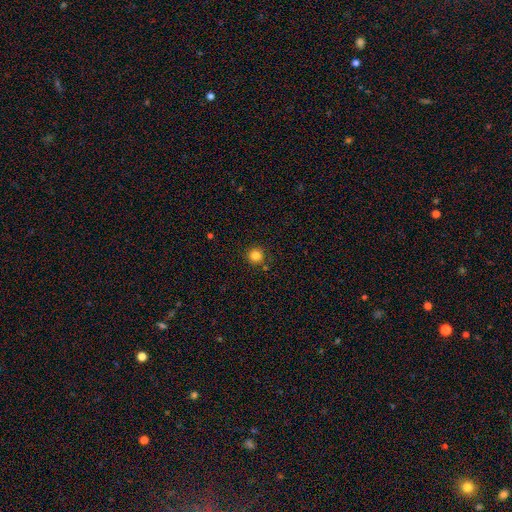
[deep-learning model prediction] smooth 83%, star or artifact 12%, featured or disk 5%. Down the decision tree: how rounded — round (95%); merging — none (88%).